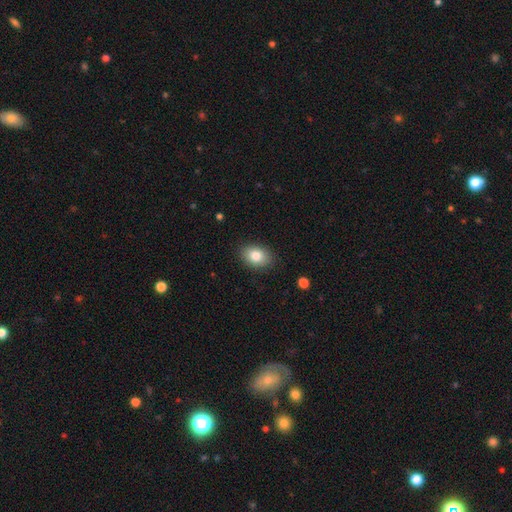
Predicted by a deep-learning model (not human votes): smooth_or_featured: smooth (p=0.82) [alt: featured or disk p=0.10]
how_rounded: in between (p=0.76) [alt: round p=0.23]
merging: none (p=0.87) [alt: minor disturbance p=0.10]